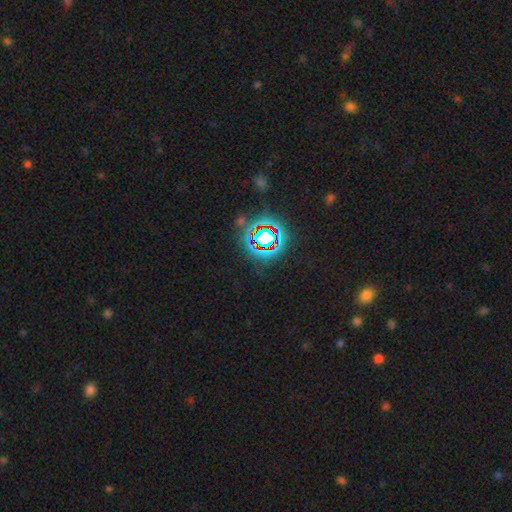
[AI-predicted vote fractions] smooth-or-featured: star or artifact: 68% | smooth: 21% | featured or disk: 12%